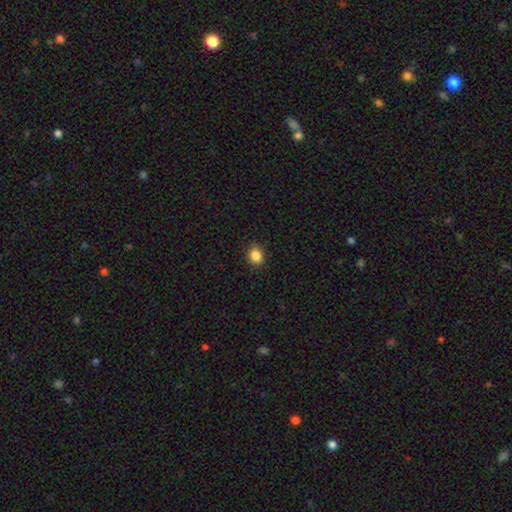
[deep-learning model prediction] Morphology: type=smooth (86%); roundness=round (70%); merging=none (89%).